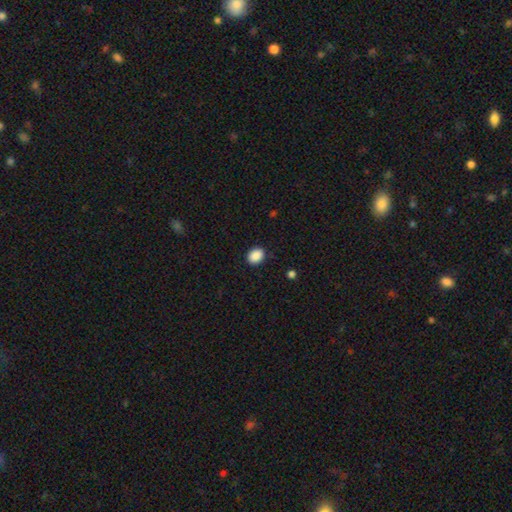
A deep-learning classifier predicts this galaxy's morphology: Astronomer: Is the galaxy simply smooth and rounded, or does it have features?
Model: smooth — 89%.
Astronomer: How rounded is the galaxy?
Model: in between — 56% (runner-up: round, 43%).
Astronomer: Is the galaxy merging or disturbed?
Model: none — 88%.